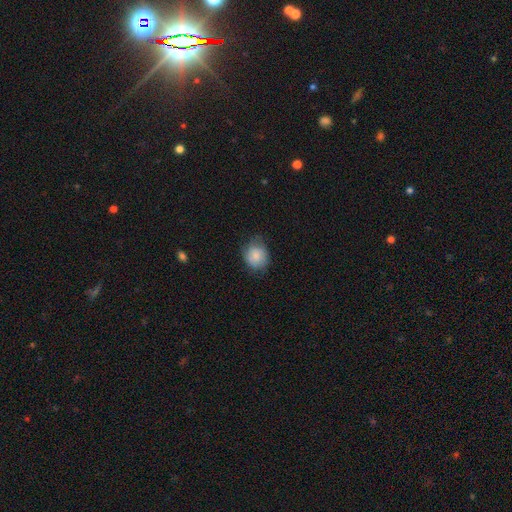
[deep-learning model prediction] The model was most divided on "merging": none: 65%, minor disturbance: 28%, major disturbance: 7%, merger: 1%. More confident: smooth or featured — smooth (82%); how rounded — round (69%).